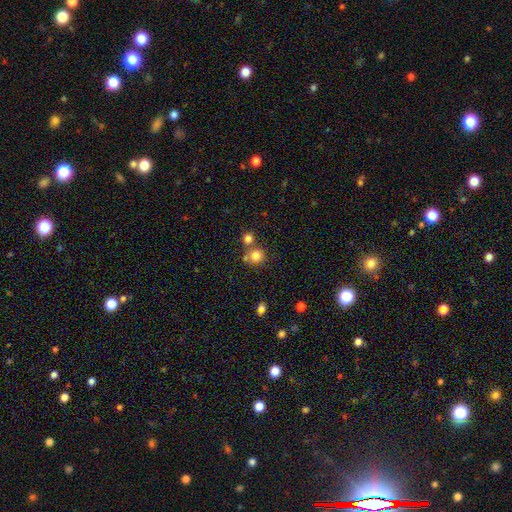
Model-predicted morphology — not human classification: Smooth or featured? smooth (80%)
How rounded? round (89%)
Merging? none (62%)